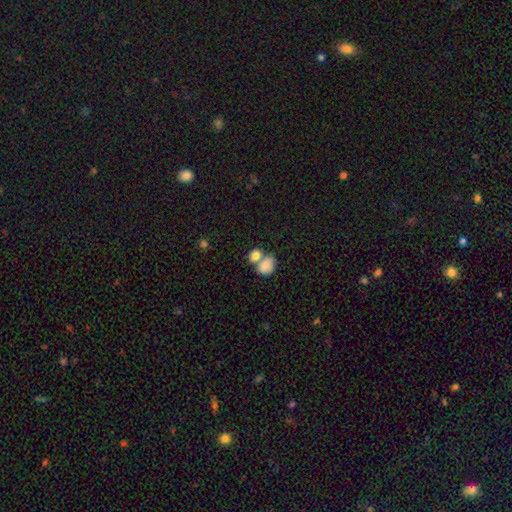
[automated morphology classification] Overall: smooth (83%). How rounded: in between (64%; round 34%). Merging: merger (54%; none 33%).